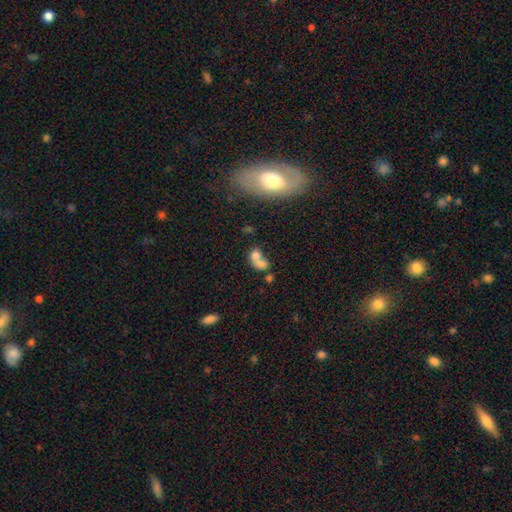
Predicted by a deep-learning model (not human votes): smooth-or-featured: smooth: 68% | featured or disk: 19% | star or artifact: 13%
  how-rounded: in between: 60% | round: 37% | cigar-shaped: 3%
  merging: merger: 66% | none: 20% | minor disturbance: 7% | major disturbance: 7%